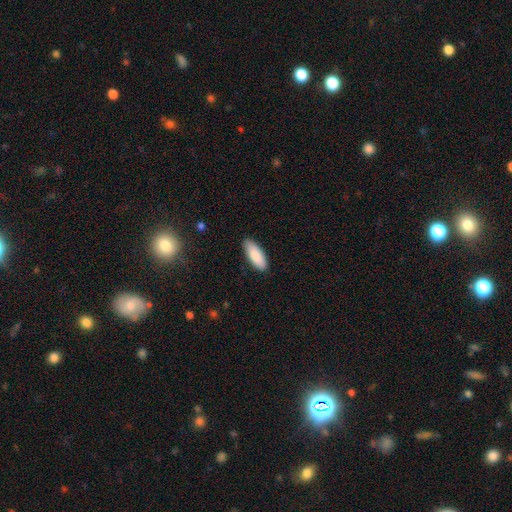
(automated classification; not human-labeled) Q: Smooth or featured?
A: smooth (88%); runner-up: featured or disk (7%)
Q: How rounded?
A: in between (75%); runner-up: cigar-shaped (23%)
Q: Merging?
A: none (87%); runner-up: minor disturbance (10%)